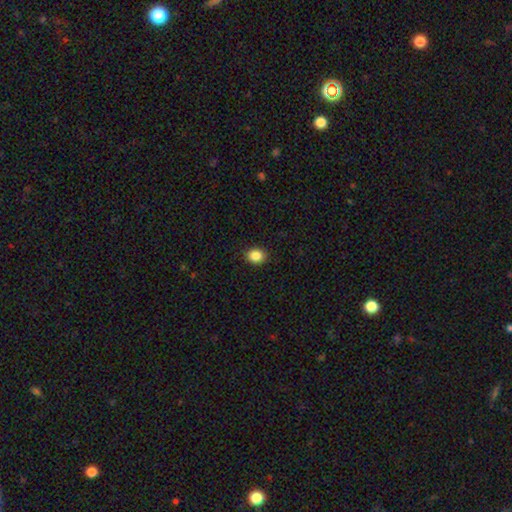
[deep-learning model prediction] smooth_or_featured: smooth (p=0.87) [alt: star or artifact p=0.09]
how_rounded: round (p=0.54) [alt: in between p=0.45]
merging: none (p=0.91) [alt: minor disturbance p=0.07]